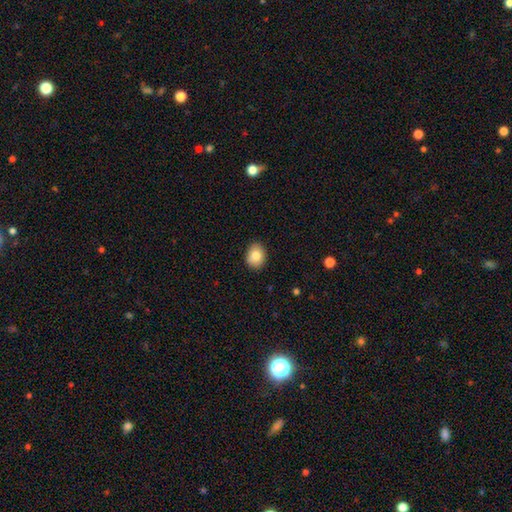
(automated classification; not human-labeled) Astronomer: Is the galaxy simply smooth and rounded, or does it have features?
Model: smooth — 81%.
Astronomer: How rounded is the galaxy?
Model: in between — 52% (runner-up: round, 47%).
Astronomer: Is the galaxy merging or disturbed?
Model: none — 88%.